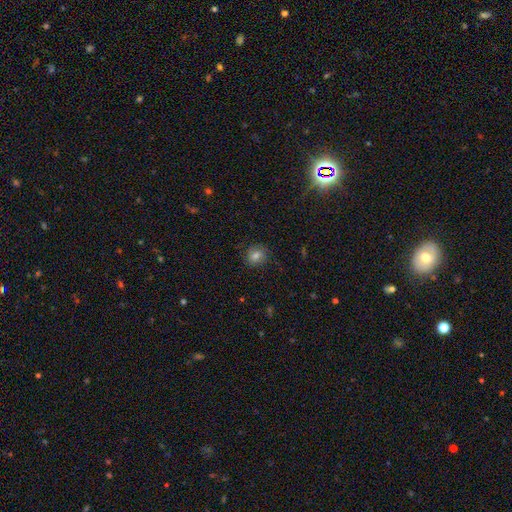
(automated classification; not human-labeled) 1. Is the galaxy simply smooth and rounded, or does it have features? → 73% smooth, 15% star or artifact, 12% featured or disk.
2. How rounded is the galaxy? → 76% round, 22% in between, 1% cigar-shaped.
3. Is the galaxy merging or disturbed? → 84% none, 11% minor disturbance, 3% major disturbance, 1% merger.